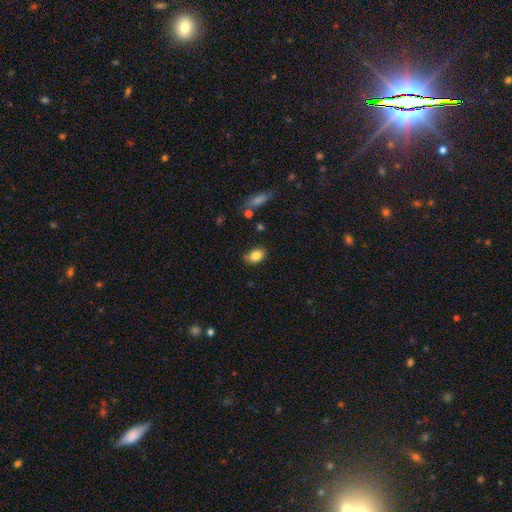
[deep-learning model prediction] smooth-or-featured: smooth: 84% | star or artifact: 8% | featured or disk: 8%
  how-rounded: in between: 84% | round: 14% | cigar-shaped: 2%
  merging: none: 73% | minor disturbance: 21% | major disturbance: 4% | merger: 3%